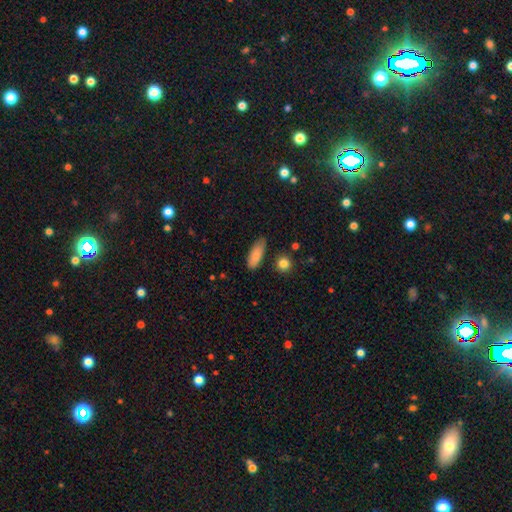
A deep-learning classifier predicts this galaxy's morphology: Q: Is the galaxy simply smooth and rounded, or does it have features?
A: smooth — 82%.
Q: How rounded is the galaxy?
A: in between — 68%.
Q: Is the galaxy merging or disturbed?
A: none — 76%.